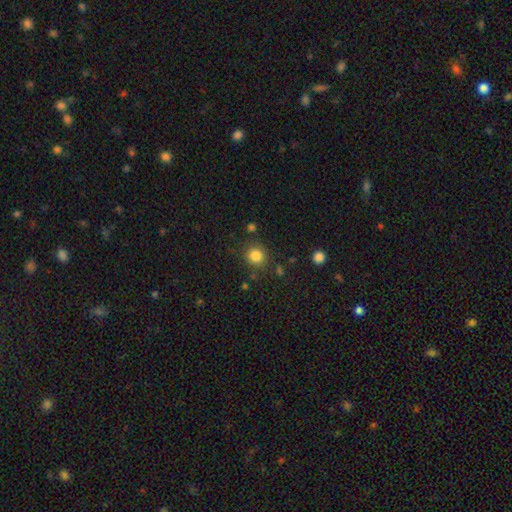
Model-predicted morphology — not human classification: Smooth or featured: smooth — 84% (star or artifact — 12%)
How rounded: round — 89% (in between — 10%)
Merging: none — 84% (minor disturbance — 9%)